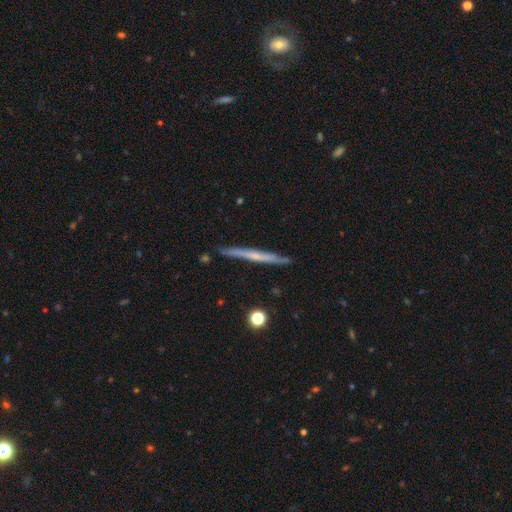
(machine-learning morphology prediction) Overall: featured or disk (60%; smooth 34%). Edge-on disk: yes (97%). Edge-on bulge: none (65%; rounded 28%). Merging: none (89%).